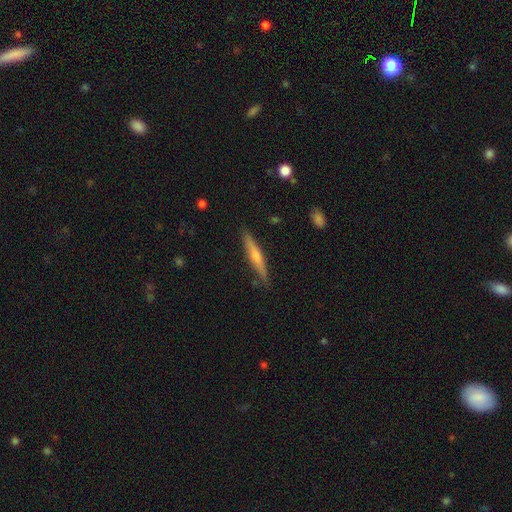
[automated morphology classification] A featured or disk galaxy (56%) viewed edge-on (96%) with a rounded central bulge (75%). Merging: none (88%).